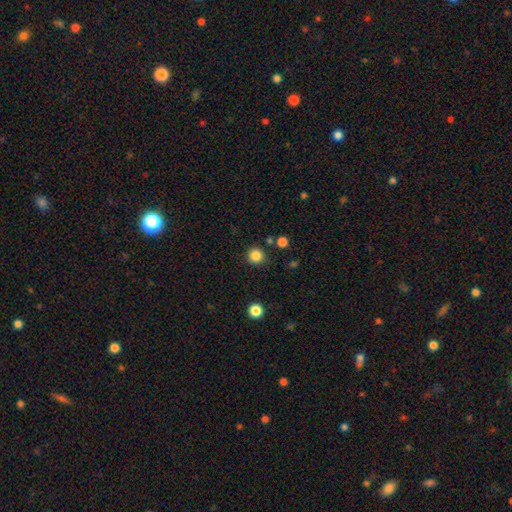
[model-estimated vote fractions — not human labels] A smooth galaxy with no disk features (85%) that is round (94%).

Vote fractions:
- Smooth or featured? smooth: 85% / star or artifact: 12% / featured or disk: 3%
- How rounded? round: 94% / in between: 5% / cigar-shaped: 1%
- Merging? none: 87% / minor disturbance: 8% / merger: 3% / major disturbance: 3%